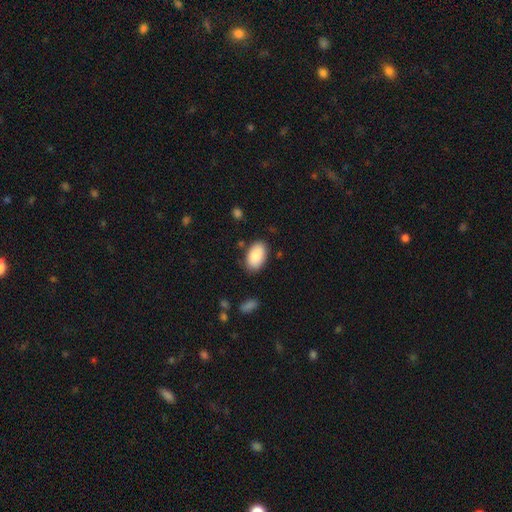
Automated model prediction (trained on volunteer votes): Smooth or featured: smooth — 86% (featured or disk — 8%)
How rounded: in between — 94% (round — 5%)
Merging: none — 83% (minor disturbance — 12%)